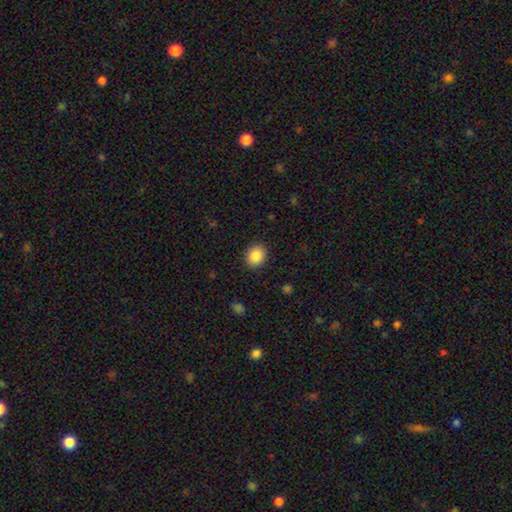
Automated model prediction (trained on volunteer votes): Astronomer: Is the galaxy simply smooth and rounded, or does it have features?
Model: smooth — 88%.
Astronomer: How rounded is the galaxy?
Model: round — 62% (runner-up: in between, 37%).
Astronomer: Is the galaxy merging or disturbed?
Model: none — 89%.